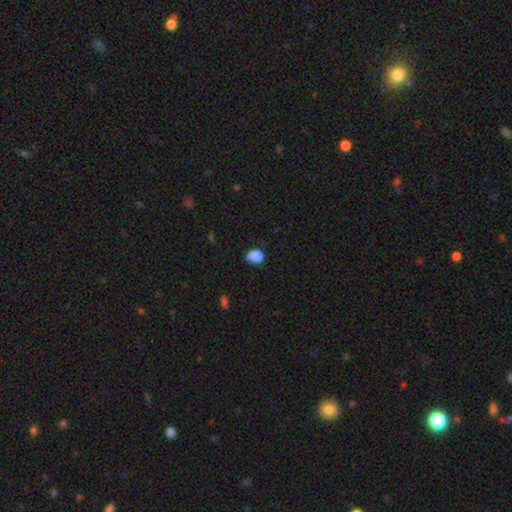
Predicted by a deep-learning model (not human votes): A smooth galaxy with no disk features (84%) that is in between round and cigar-shaped (72%). Merging: none (52%).